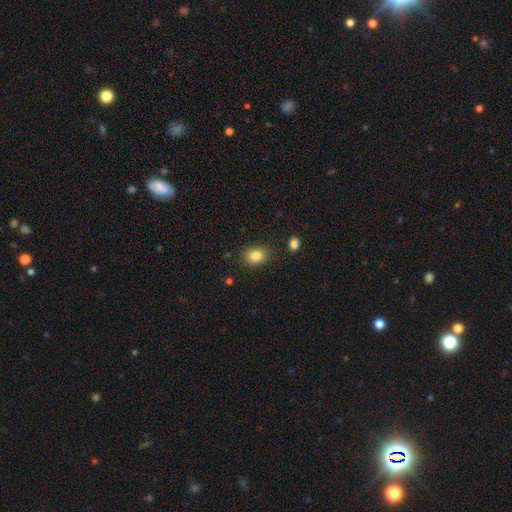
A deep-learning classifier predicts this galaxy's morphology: Overall: smooth (82%). How rounded: round (66%; in between 33%). Merging: none (85%).